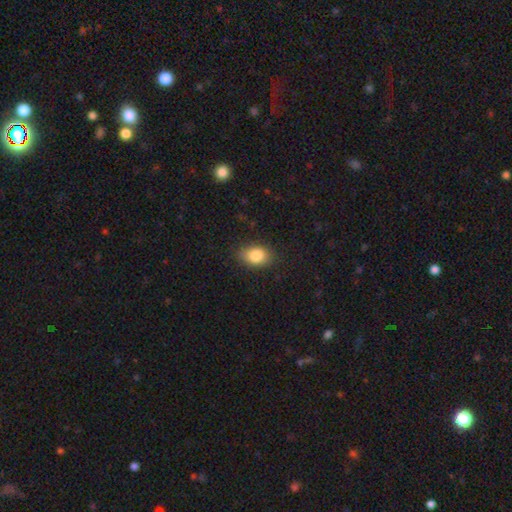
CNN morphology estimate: smooth_or_featured: smooth (p=0.85) [alt: star or artifact p=0.08]
how_rounded: in between (p=0.77) [alt: round p=0.22]
merging: none (p=0.81) [alt: minor disturbance p=0.15]